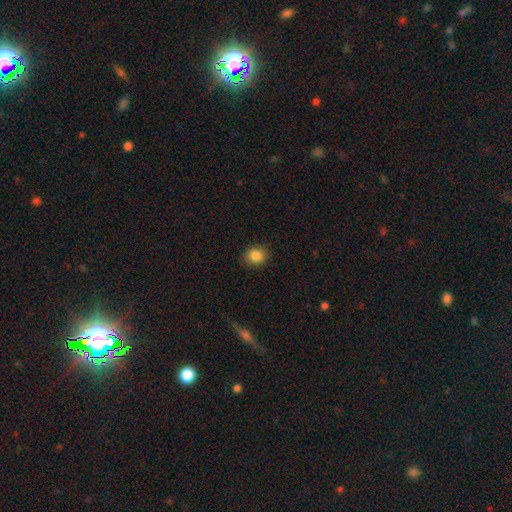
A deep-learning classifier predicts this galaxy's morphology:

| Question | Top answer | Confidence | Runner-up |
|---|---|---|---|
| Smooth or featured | smooth | 85% | star or artifact (10%) |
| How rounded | round | 73% | in between (26%) |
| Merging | none | 87% | minor disturbance (9%) |